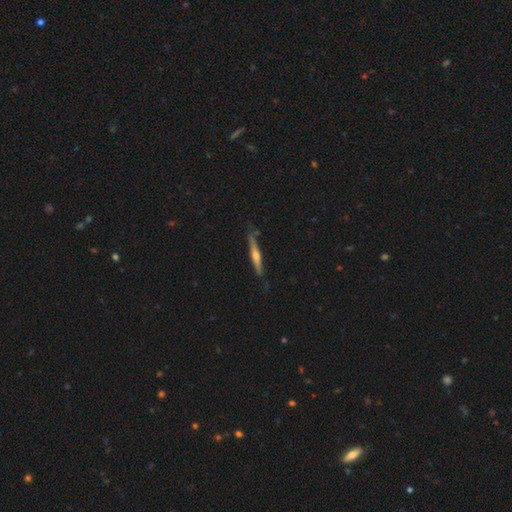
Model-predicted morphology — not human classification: Overall: featured or disk (66%; smooth 28%). Edge-on disk: yes (97%). Edge-on bulge: rounded (81%). Merging: none (80%).